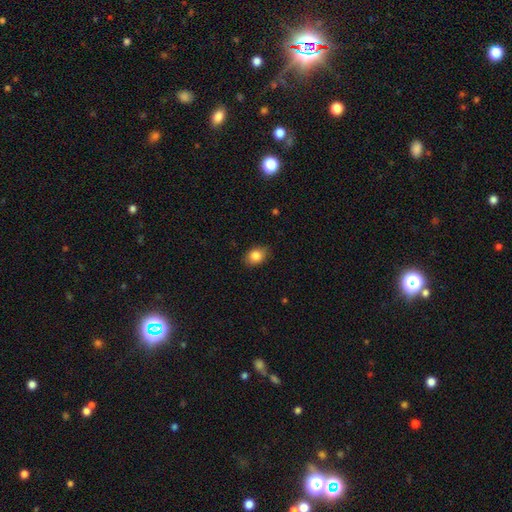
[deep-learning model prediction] smooth 85%, star or artifact 9%, featured or disk 7%. Down the decision tree: how rounded — in between (72%); merging — none (84%).